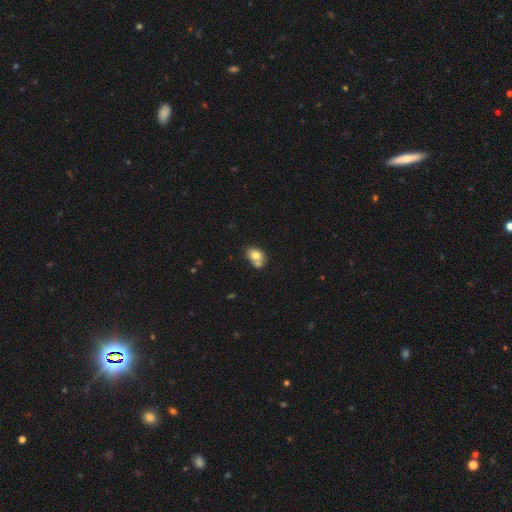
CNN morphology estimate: type=smooth (75%); roundness=in between (62%); merging=merger (42%).